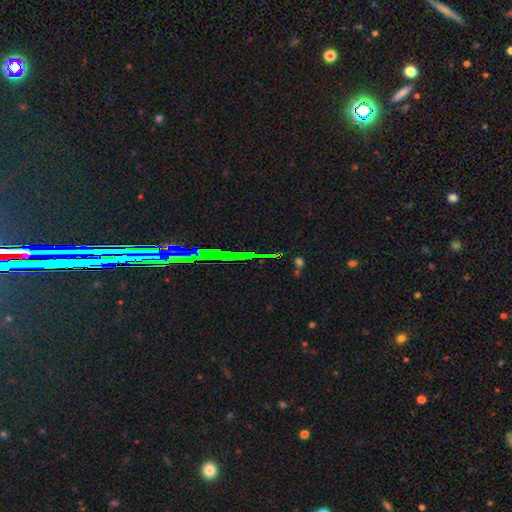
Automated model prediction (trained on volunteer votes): smooth_or_featured: star or artifact (p=0.76) [alt: smooth p=0.12]